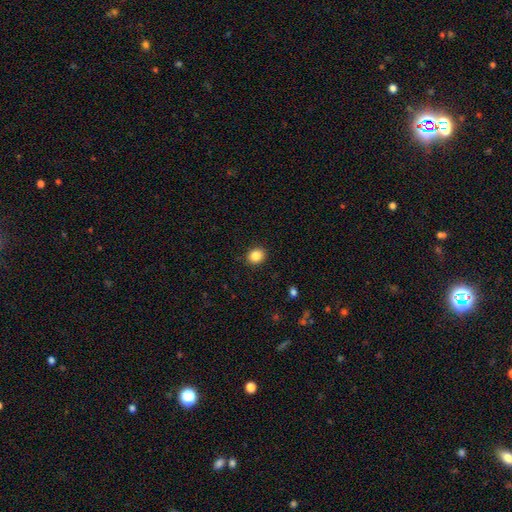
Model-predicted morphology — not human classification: The model was most divided on "how rounded": round: 68%, in between: 31%, cigar-shaped: 1%. More confident: merging — none (90%); smooth or featured — smooth (86%).